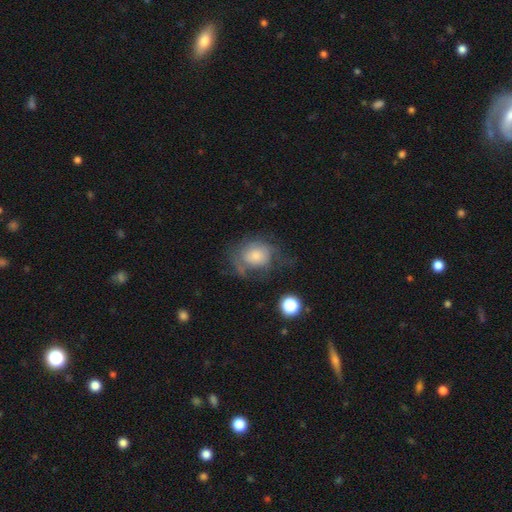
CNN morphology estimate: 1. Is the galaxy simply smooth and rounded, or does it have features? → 52% smooth, 38% featured or disk, 10% star or artifact.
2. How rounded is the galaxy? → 56% round, 43% in between, 1% cigar-shaped.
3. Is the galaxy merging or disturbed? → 37% none, 33% major disturbance, 26% minor disturbance, 3% merger.